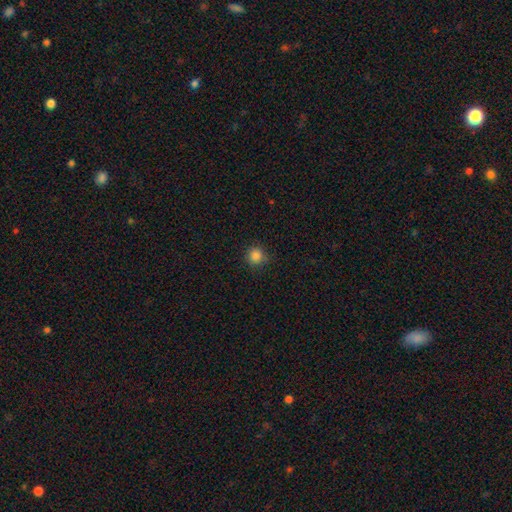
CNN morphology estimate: The model was most divided on "smooth or featured": smooth: 85%, star or artifact: 12%, featured or disk: 3%. More confident: how rounded — round (93%); merging — none (86%).